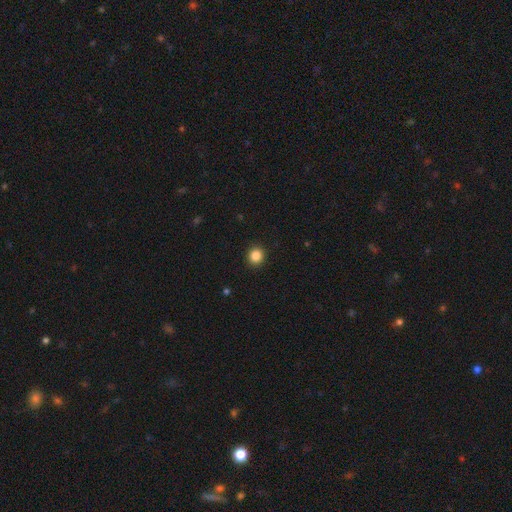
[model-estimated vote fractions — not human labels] Q: Smooth or featured?
A: smooth (86%); runner-up: star or artifact (11%)
Q: How rounded?
A: round (89%); runner-up: in between (10%)
Q: Merging?
A: none (92%); runner-up: minor disturbance (5%)